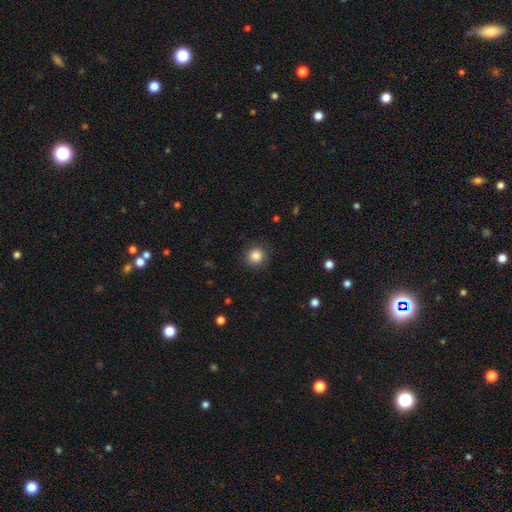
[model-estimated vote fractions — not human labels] A smooth galaxy with no disk features (86%) that is round (90%).

Vote fractions:
- Smooth or featured? smooth: 86% / star or artifact: 10% / featured or disk: 4%
- How rounded? round: 90% / in between: 9% / cigar-shaped: 1%
- Merging? none: 87% / minor disturbance: 9% / major disturbance: 3% / merger: 1%